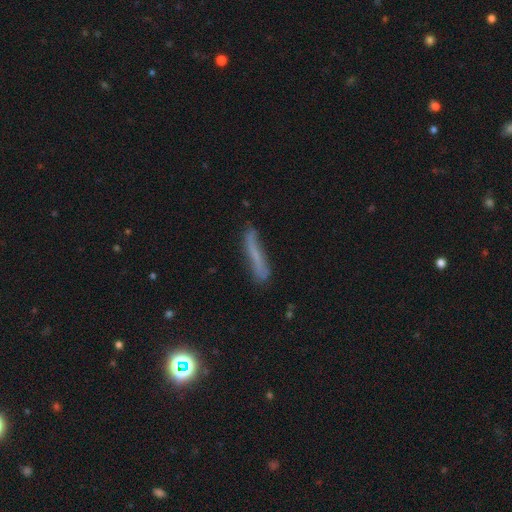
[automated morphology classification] Q: Smooth or featured?
A: smooth (52%); runner-up: featured or disk (36%)
Q: How rounded?
A: cigar-shaped (91%); runner-up: in between (7%)
Q: Merging?
A: none (67%); runner-up: minor disturbance (22%)